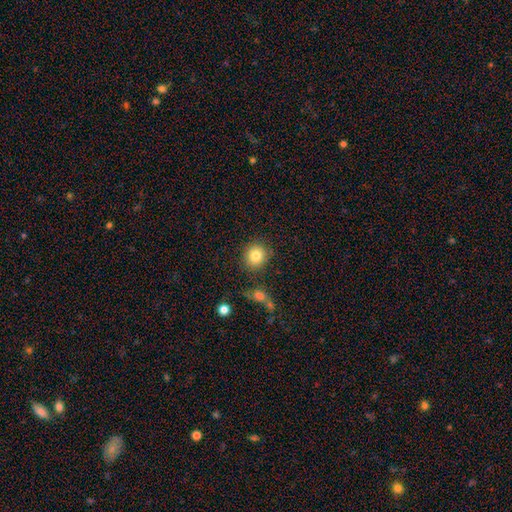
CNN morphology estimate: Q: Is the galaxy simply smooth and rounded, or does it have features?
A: smooth — 82%.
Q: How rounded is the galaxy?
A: round — 85%.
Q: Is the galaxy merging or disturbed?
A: none — 83%.